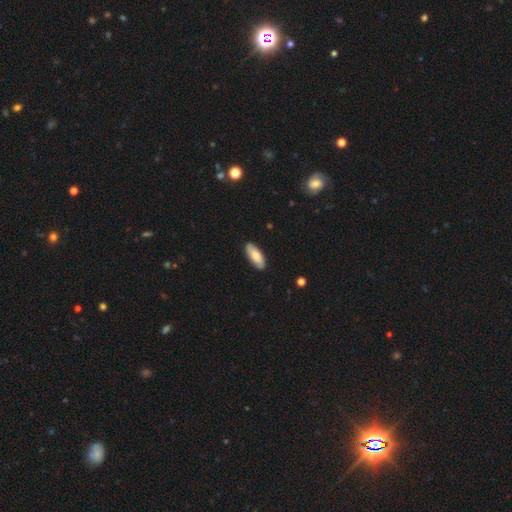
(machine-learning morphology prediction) Smooth or featured: smooth — 76% (featured or disk — 18%)
How rounded: in between — 81% (cigar-shaped — 18%)
Merging: none — 86% (minor disturbance — 11%)